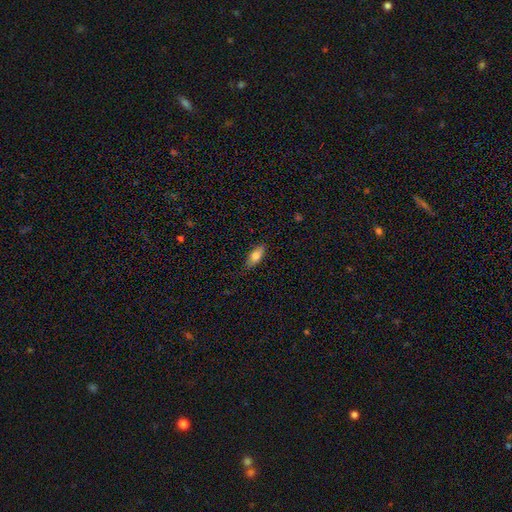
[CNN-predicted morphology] Smooth or featured: smooth — 78% (featured or disk — 14%)
How rounded: in between — 80% (cigar-shaped — 17%)
Merging: none — 81% (minor disturbance — 15%)